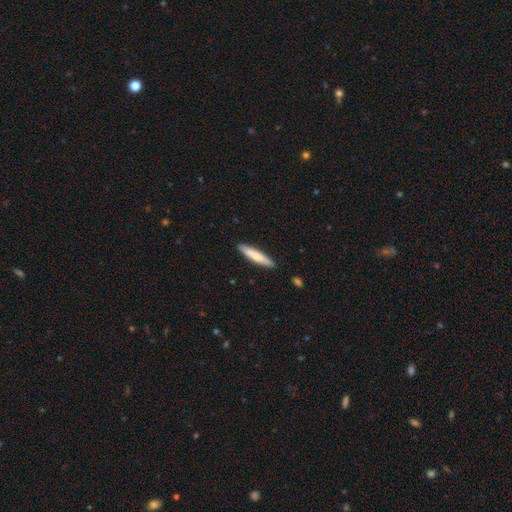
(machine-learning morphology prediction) smooth-or-featured: smooth: 72% | featured or disk: 23% | star or artifact: 5%
  how-rounded: cigar-shaped: 89% | in between: 10% | round: 1%
  merging: none: 89% | minor disturbance: 8% | major disturbance: 1% | merger: 1%